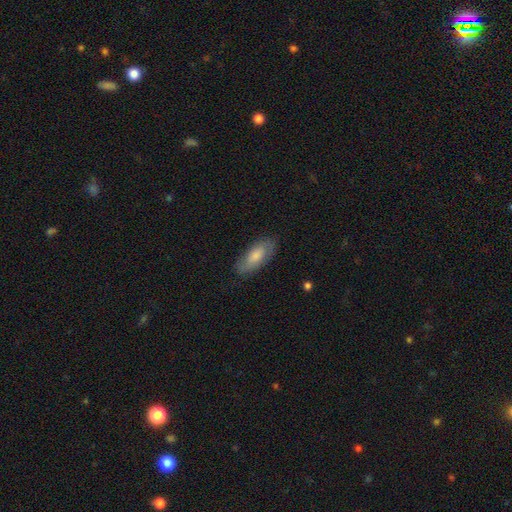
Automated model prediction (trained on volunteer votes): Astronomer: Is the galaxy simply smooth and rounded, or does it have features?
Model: smooth — 74%.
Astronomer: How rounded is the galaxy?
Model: in between — 81%.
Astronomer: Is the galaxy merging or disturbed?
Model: none — 81%.